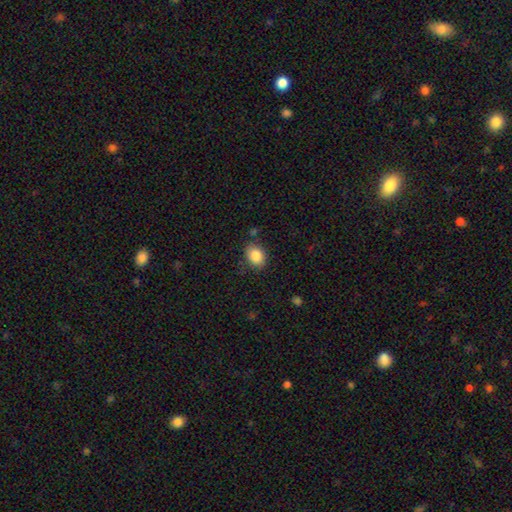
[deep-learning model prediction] Overall: smooth (87%). How rounded: in between (64%; round 35%). Merging: none (79%).